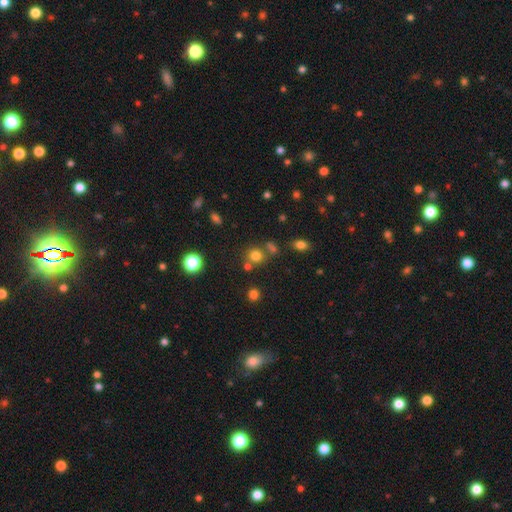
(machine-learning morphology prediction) Q: Smooth or featured?
A: smooth (74%); runner-up: star or artifact (19%)
Q: How rounded?
A: round (87%); runner-up: in between (12%)
Q: Merging?
A: none (69%); runner-up: merger (17%)